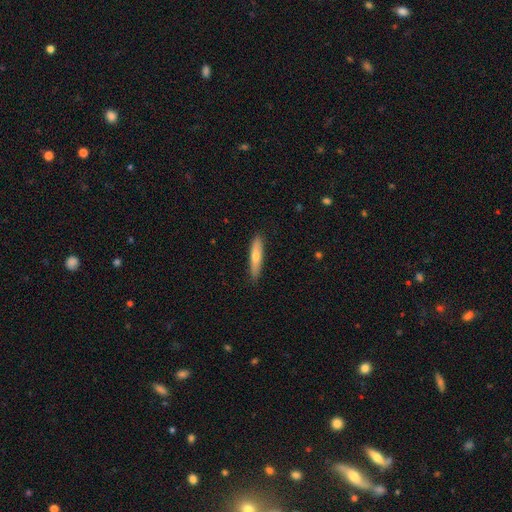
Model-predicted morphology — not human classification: A smooth galaxy with no disk features (59%) that is cigar-shaped (86%). Merging: none (88%).